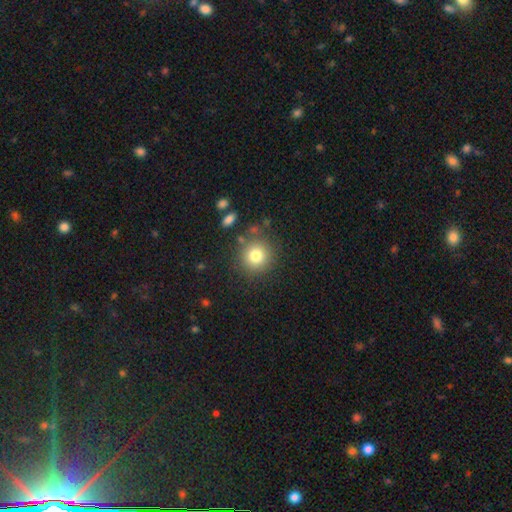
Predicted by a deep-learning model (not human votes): Smooth or featured? smooth (79%)
How rounded? round (92%)
Merging? none (83%)